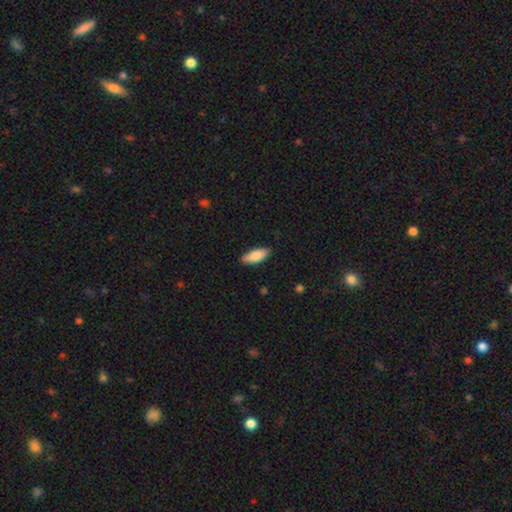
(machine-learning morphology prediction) A smooth galaxy with no disk features (85%) that is in between round and cigar-shaped (79%).

Vote fractions:
- Smooth or featured? smooth: 85% / featured or disk: 9% / star or artifact: 6%
- How rounded? in between: 79% / cigar-shaped: 19% / round: 2%
- Merging? none: 85% / minor disturbance: 12% / major disturbance: 2% / merger: 1%